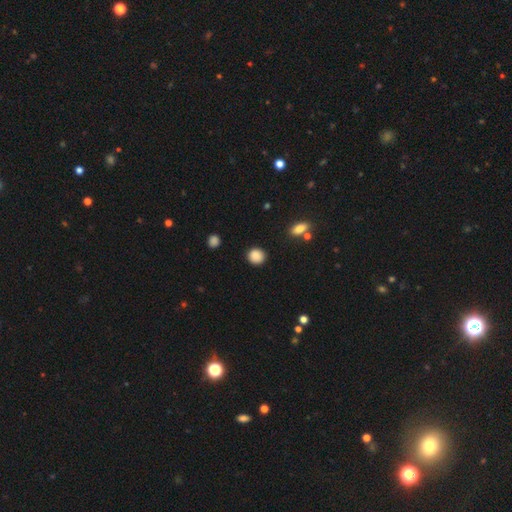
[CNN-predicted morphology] A smooth galaxy with no disk features (88%) that is round (87%).

Vote fractions:
- Smooth or featured? smooth: 88% / star or artifact: 9% / featured or disk: 3%
- How rounded? round: 87% / in between: 12% / cigar-shaped: 1%
- Merging? none: 88% / minor disturbance: 8% / major disturbance: 2% / merger: 2%